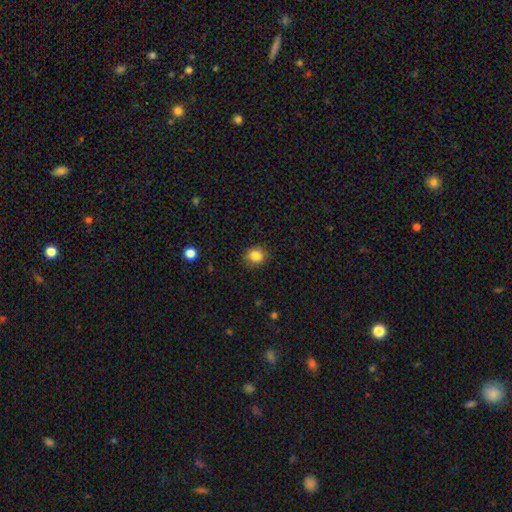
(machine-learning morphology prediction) Smooth or featured? smooth (85%)
How rounded? round (77%)
Merging? none (85%)